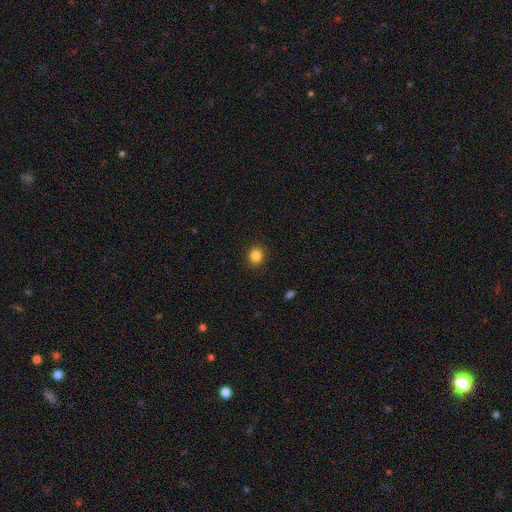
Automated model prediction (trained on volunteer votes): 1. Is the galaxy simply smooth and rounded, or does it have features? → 85% smooth, 11% star or artifact, 4% featured or disk.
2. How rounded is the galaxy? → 83% round, 16% in between, 1% cigar-shaped.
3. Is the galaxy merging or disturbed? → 91% none, 6% minor disturbance, 2% major disturbance, 1% merger.